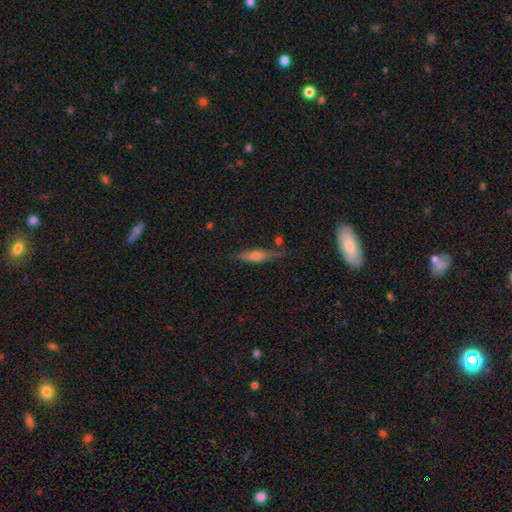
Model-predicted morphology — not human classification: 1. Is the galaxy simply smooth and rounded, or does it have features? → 55% featured or disk, 36% smooth, 9% star or artifact.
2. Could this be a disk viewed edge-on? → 93% yes, 7% no.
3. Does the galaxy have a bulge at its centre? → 83% rounded, 9% boxy, 8% none.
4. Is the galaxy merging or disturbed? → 76% none, 15% minor disturbance, 5% merger, 4% major disturbance.